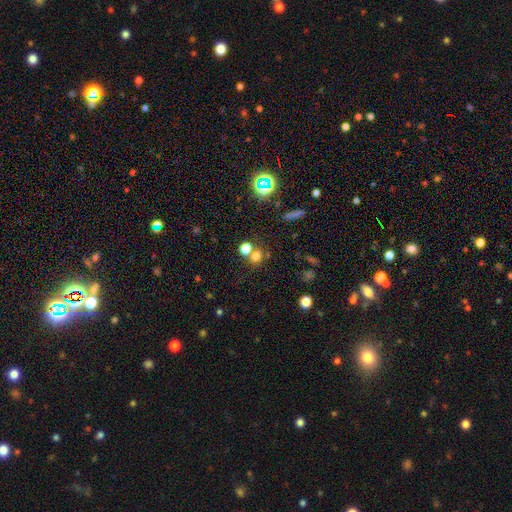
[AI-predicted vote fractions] A smooth galaxy with no disk features (68%) that is round (71%).

Vote fractions:
- Smooth or featured? smooth: 68% / star or artifact: 23% / featured or disk: 9%
- How rounded? round: 71% / in between: 28% / cigar-shaped: 1%
- Merging? none: 58% / merger: 29% / minor disturbance: 9% / major disturbance: 4%